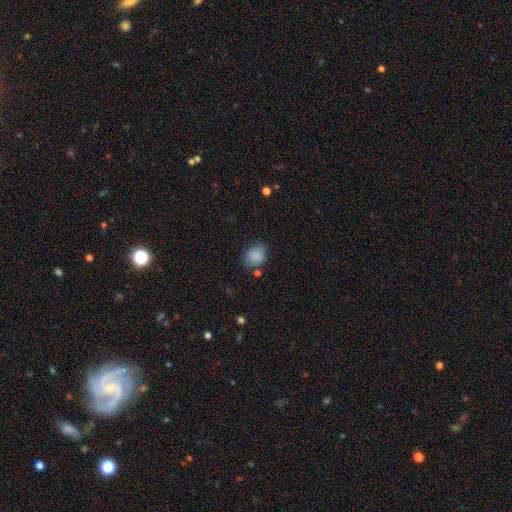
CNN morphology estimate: Smooth or featured? smooth (86%)
How rounded? round (59%)
Merging? none (68%)